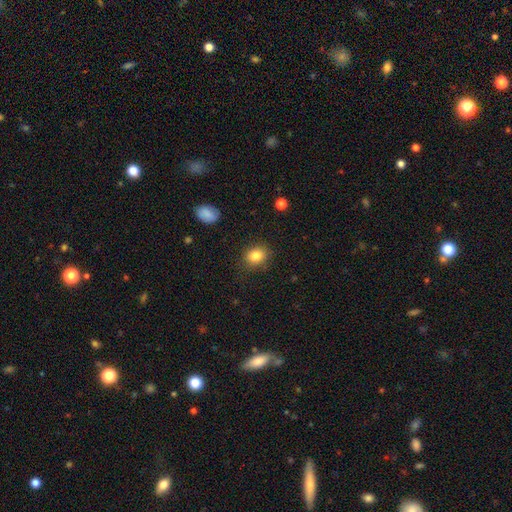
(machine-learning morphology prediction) smooth 84%, star or artifact 10%, featured or disk 6%. Down the decision tree: how rounded — in between (50%); merging — none (84%).